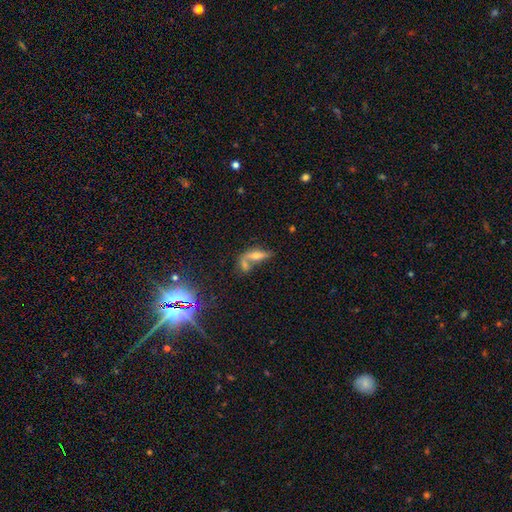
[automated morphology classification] smooth_or_featured: smooth (p=0.51) [alt: featured or disk p=0.34]
how_rounded: in between (p=0.49) [alt: cigar-shaped p=0.46]
merging: merger (p=0.50) [alt: none p=0.29]